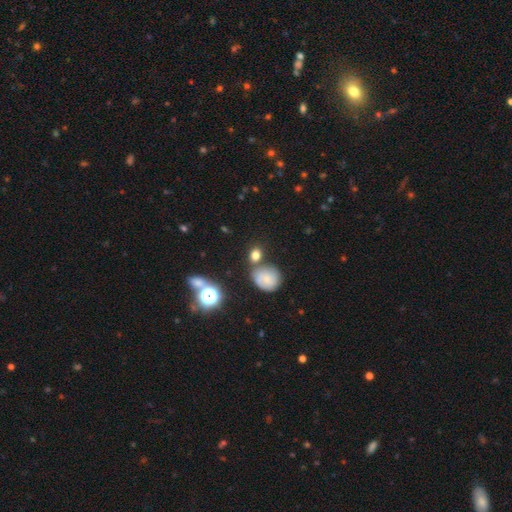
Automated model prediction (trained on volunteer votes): smooth 69%, star or artifact 18%, featured or disk 13%. Down the decision tree: how rounded — round (62%); merging — none (65%).